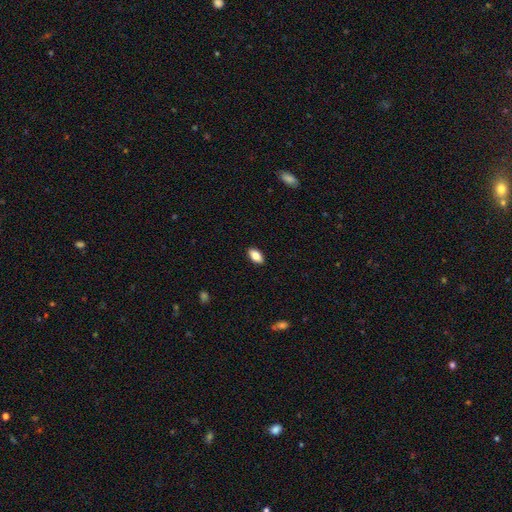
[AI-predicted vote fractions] smooth 83%, featured or disk 10%, star or artifact 7%. Down the decision tree: how rounded — in between (92%); merging — none (90%).